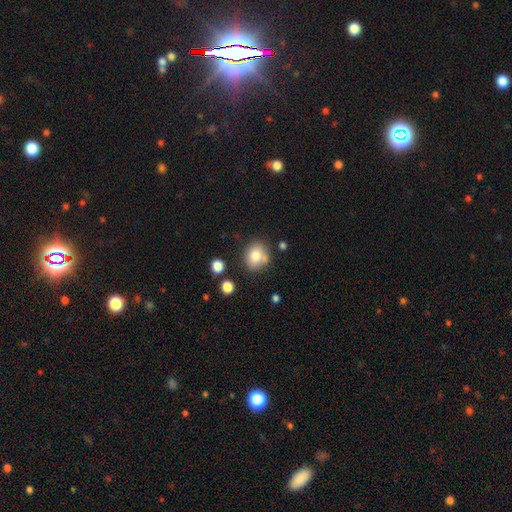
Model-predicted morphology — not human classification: This appears to be a smooth galaxy with no disk features (79%) that is round (68%). Merging: none (70%).